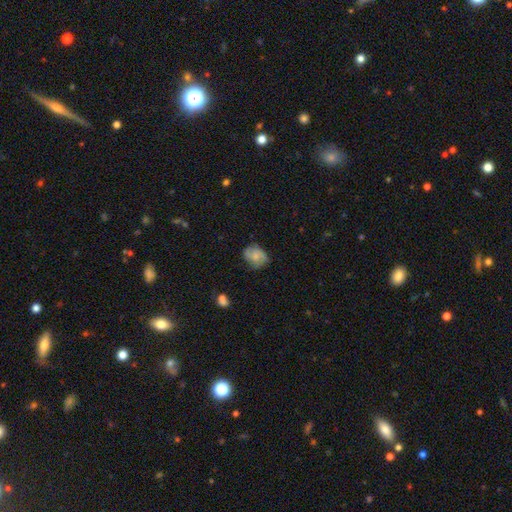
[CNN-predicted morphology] smooth_or_featured: smooth (p=0.62) [alt: featured or disk p=0.29]
how_rounded: in between (p=0.55) [alt: round p=0.44]
merging: none (p=0.64) [alt: minor disturbance p=0.26]